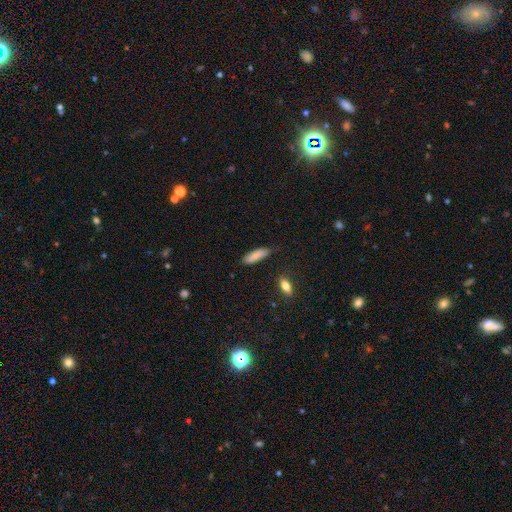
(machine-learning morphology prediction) Smooth or featured?
  - smooth: 84% *
  - featured or disk: 10%
  - star or artifact: 7%
How rounded?
  - cigar-shaped: 50% *
  - in between: 48%
  - round: 2%
Merging?
  - none: 75% *
  - minor disturbance: 20%
  - major disturbance: 3%
  - merger: 2%